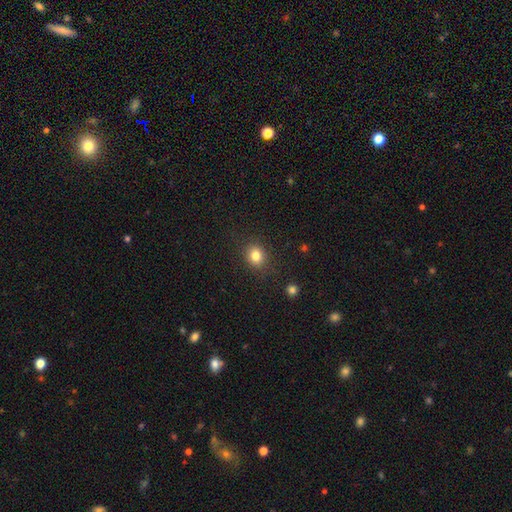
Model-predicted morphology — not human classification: smooth 82%, star or artifact 12%, featured or disk 6%. Down the decision tree: how rounded — round (67%); merging — none (86%).